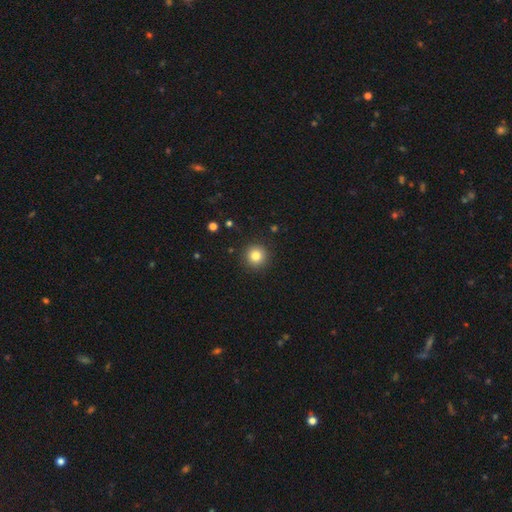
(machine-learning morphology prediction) Smooth or featured: smooth — 82% (star or artifact — 11%)
How rounded: round — 95% (in between — 4%)
Merging: none — 92% (minor disturbance — 5%)